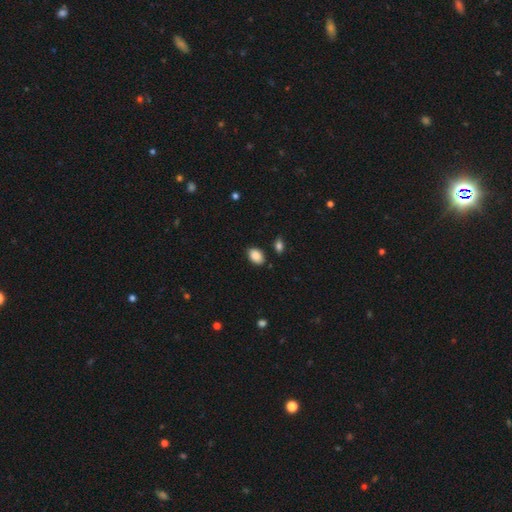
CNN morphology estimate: smooth_or_featured: smooth (p=0.88) [alt: star or artifact p=0.08]
how_rounded: in between (p=0.83) [alt: round p=0.16]
merging: none (p=0.82) [alt: minor disturbance p=0.12]